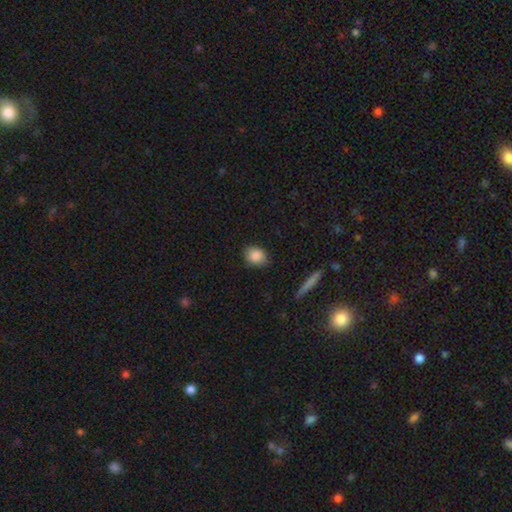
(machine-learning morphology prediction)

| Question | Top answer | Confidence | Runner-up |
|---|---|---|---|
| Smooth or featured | smooth | 87% | star or artifact (7%) |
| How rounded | in between | 53% | round (45%) |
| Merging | none | 81% | minor disturbance (15%) |